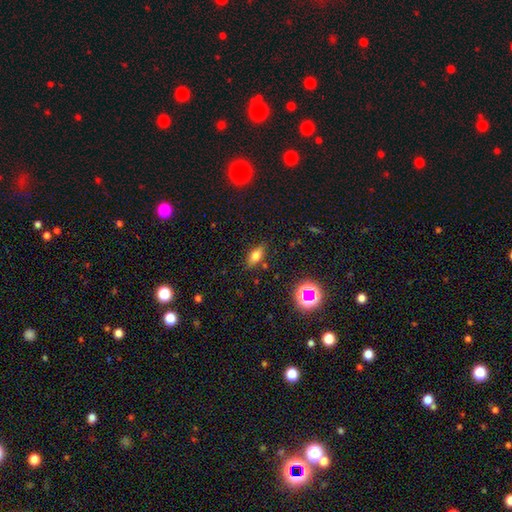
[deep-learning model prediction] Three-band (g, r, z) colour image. It shows a smooth galaxy with no disk features (69%) that is in between round and cigar-shaped (80%). Merging: none (83%).